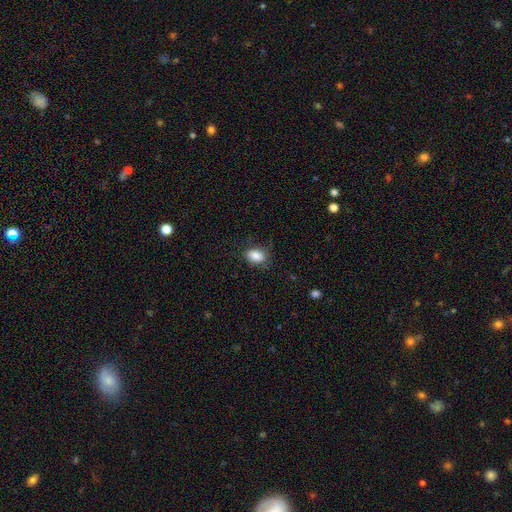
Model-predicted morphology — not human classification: smooth_or_featured: smooth (p=0.87) [alt: star or artifact p=0.08]
how_rounded: in between (p=0.82) [alt: round p=0.17]
merging: none (p=0.76) [alt: minor disturbance p=0.18]